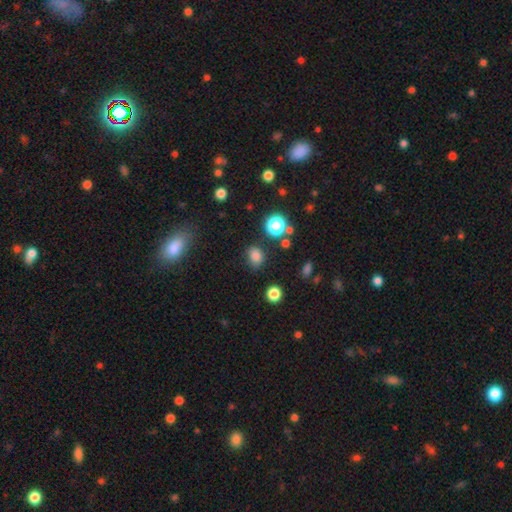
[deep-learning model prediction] A smooth galaxy with no disk features (78%) that is in between round and cigar-shaped (55%). Merging: none (75%).